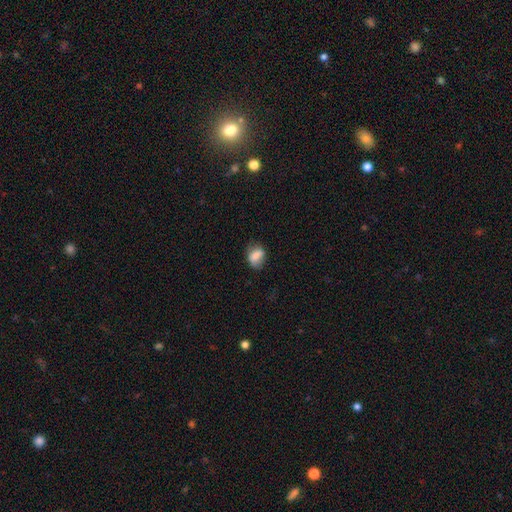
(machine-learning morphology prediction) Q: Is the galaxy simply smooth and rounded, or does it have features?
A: smooth — 78%.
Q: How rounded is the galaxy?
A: in between — 73%.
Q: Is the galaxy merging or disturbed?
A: none — 62%.